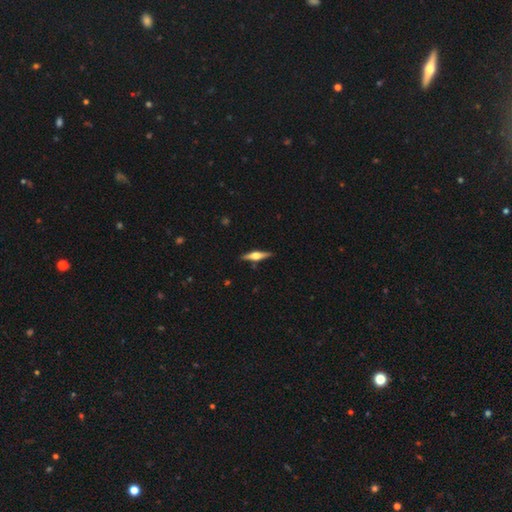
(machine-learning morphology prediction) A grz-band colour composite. It shows a featured or disk galaxy (70%) viewed edge-on (97%) with a rounded central bulge (91%). Merging: none (90%).